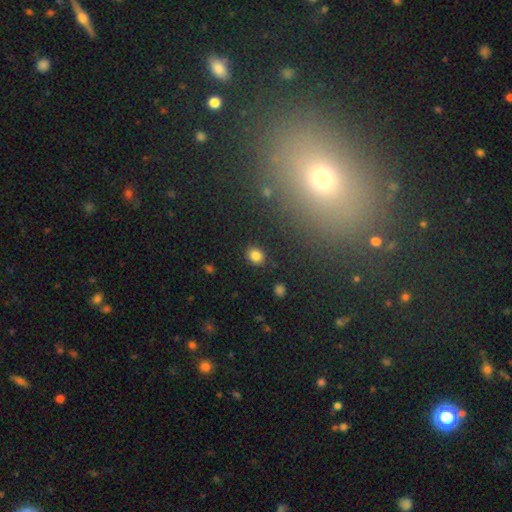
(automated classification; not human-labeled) Smooth or featured? Predicted: smooth (p=0.83). How rounded? Predicted: round (p=0.67). Merging? Predicted: none (p=0.89).